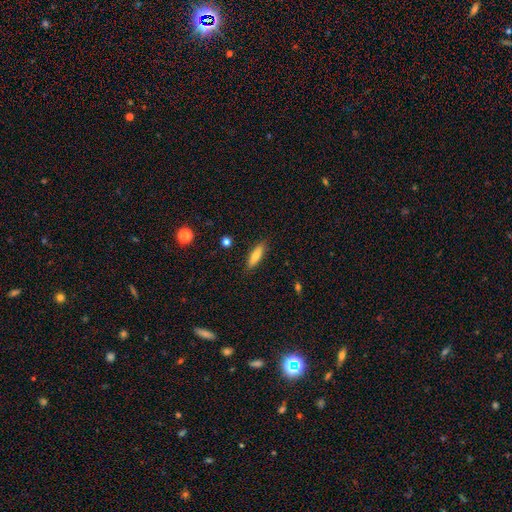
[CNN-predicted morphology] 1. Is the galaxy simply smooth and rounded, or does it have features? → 75% smooth, 18% featured or disk, 7% star or artifact.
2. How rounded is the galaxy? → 66% cigar-shaped, 32% in between, 2% round.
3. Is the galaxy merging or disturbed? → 87% none, 9% minor disturbance, 2% major disturbance, 1% merger.